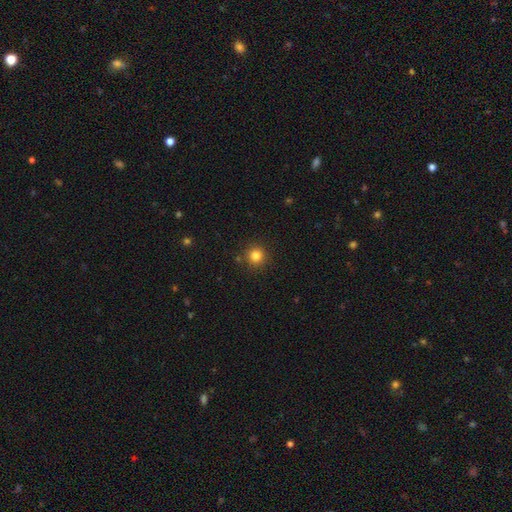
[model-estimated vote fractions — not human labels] smooth-or-featured: smooth: 82% | star or artifact: 13% | featured or disk: 5%
  how-rounded: round: 94% | in between: 5% | cigar-shaped: 1%
  merging: none: 89% | minor disturbance: 7% | merger: 2% | major disturbance: 2%